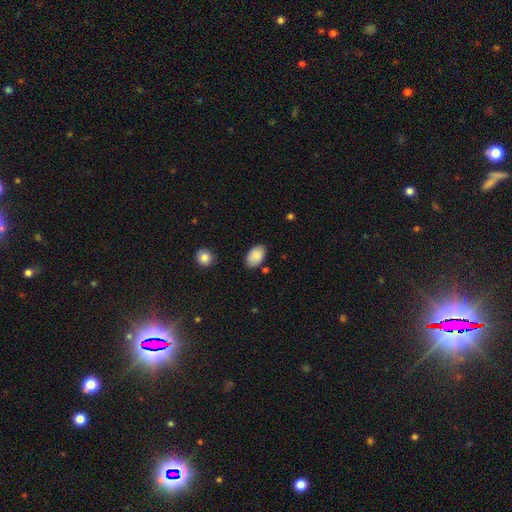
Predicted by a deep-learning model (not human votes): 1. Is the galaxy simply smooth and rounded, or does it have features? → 88% smooth, 7% star or artifact, 6% featured or disk.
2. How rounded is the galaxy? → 93% in between, 6% round, 1% cigar-shaped.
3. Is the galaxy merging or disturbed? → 81% none, 14% minor disturbance, 3% major disturbance, 3% merger.